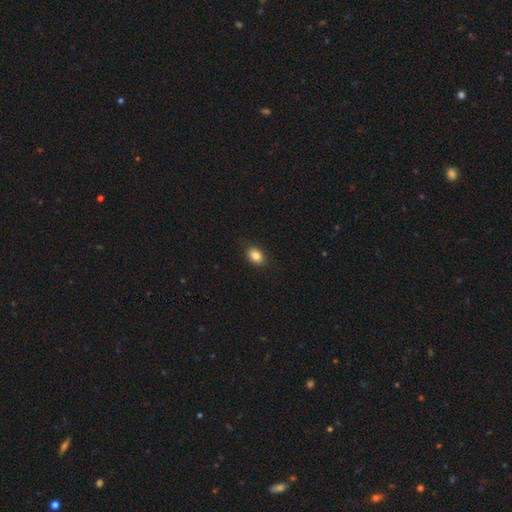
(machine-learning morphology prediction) This is clearly a smooth galaxy (85%). How rounded: clearly in between (81%). Merging: clearly none (88%).